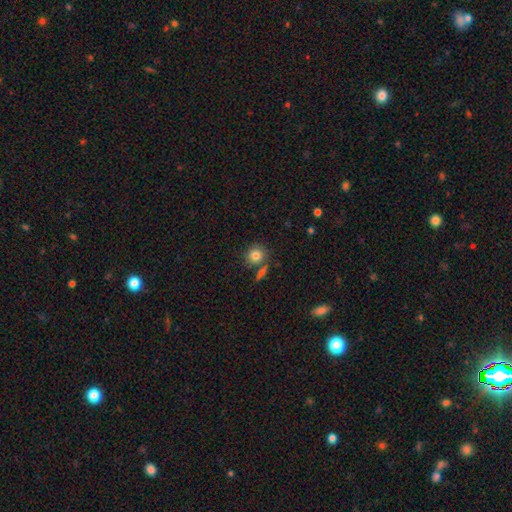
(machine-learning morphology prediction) A smooth galaxy with no disk features (81%) that is round (85%). Merging: none (67%).